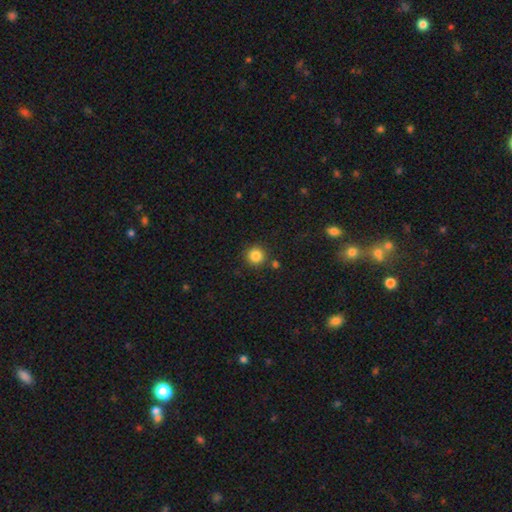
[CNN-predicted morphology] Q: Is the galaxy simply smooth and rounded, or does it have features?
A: smooth — 85%.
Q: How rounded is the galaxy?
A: round — 95%.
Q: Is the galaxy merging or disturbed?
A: none — 86%.